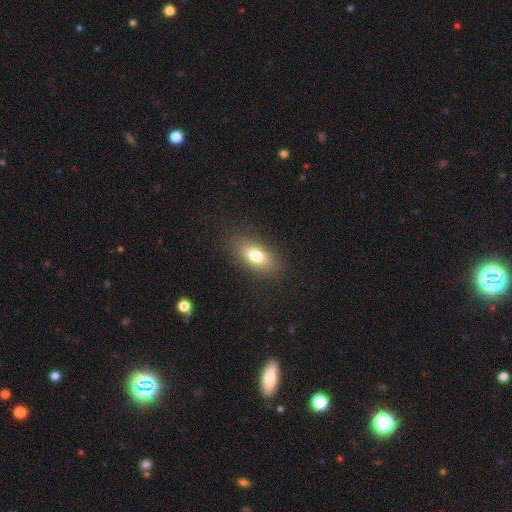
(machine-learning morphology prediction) A smooth galaxy with no disk features (77%) that is in between round and cigar-shaped (84%).

Vote fractions:
- Smooth or featured? smooth: 77% / featured or disk: 14% / star or artifact: 9%
- How rounded? in between: 84% / cigar-shaped: 10% / round: 6%
- Merging? none: 85% / minor disturbance: 10% / major disturbance: 4% / merger: 1%